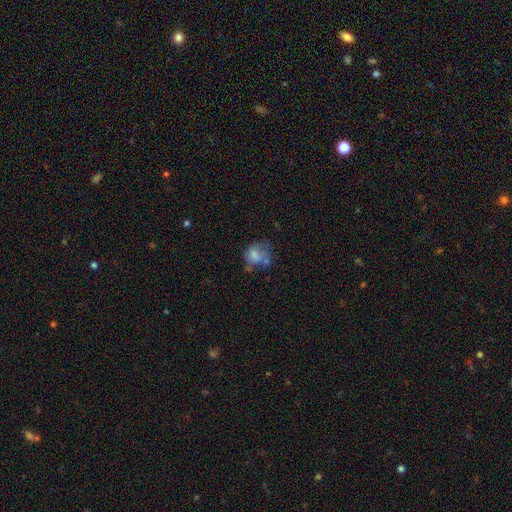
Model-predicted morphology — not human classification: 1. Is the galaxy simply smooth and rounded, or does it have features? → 60% smooth, 29% featured or disk, 11% star or artifact.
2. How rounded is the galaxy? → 50% round, 49% in between, 1% cigar-shaped.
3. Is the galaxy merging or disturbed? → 31% none, 28% major disturbance, 23% minor disturbance, 18% merger.